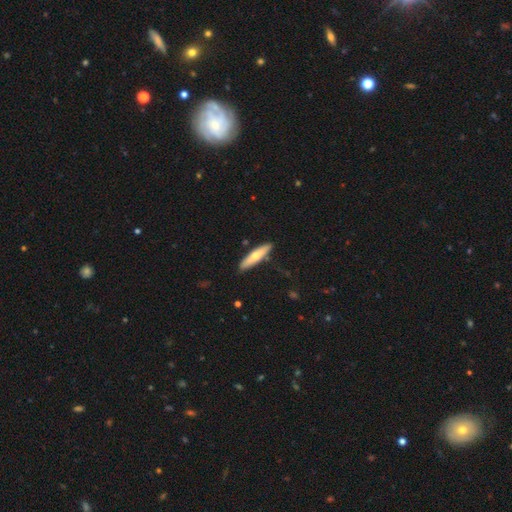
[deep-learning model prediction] Morphology: type=smooth (58%); roundness=cigar-shaped (79%); merging=none (86%).